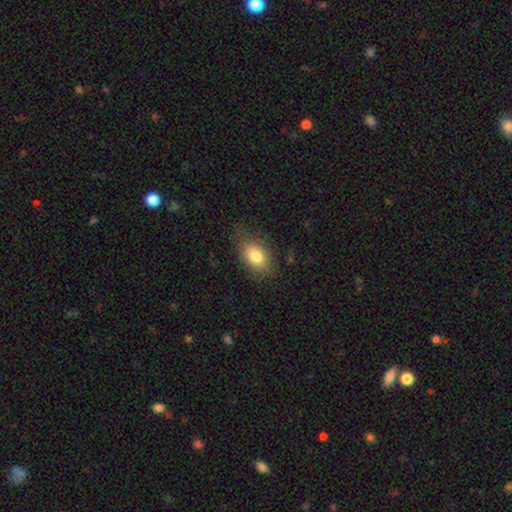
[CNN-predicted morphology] Smooth or featured?
  - smooth: 80% *
  - featured or disk: 12%
  - star or artifact: 8%
How rounded?
  - in between: 85% *
  - round: 13%
  - cigar-shaped: 2%
Merging?
  - none: 73% *
  - minor disturbance: 19%
  - major disturbance: 6%
  - merger: 1%